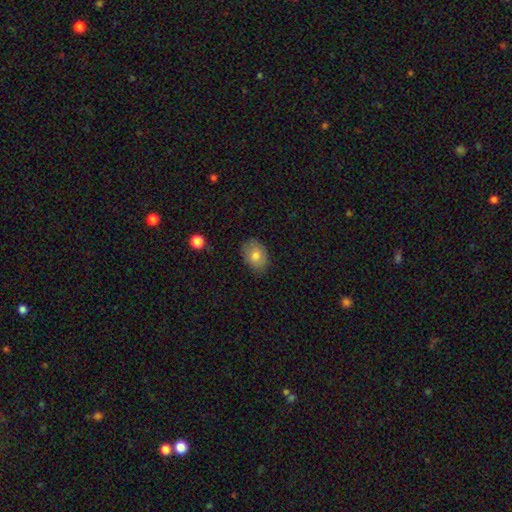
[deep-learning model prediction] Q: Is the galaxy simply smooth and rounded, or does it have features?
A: smooth — 78%.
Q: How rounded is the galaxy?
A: in between — 72%.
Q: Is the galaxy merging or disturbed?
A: none — 83%.